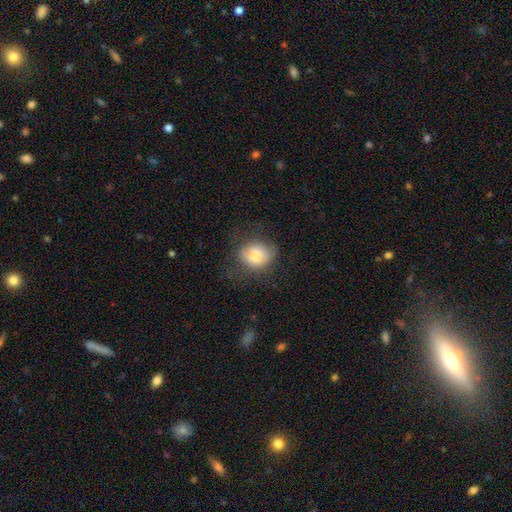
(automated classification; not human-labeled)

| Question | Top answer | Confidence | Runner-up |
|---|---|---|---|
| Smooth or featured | smooth | 77% | featured or disk (14%) |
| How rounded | round | 59% | in between (40%) |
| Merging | none | 62% | minor disturbance (24%) |